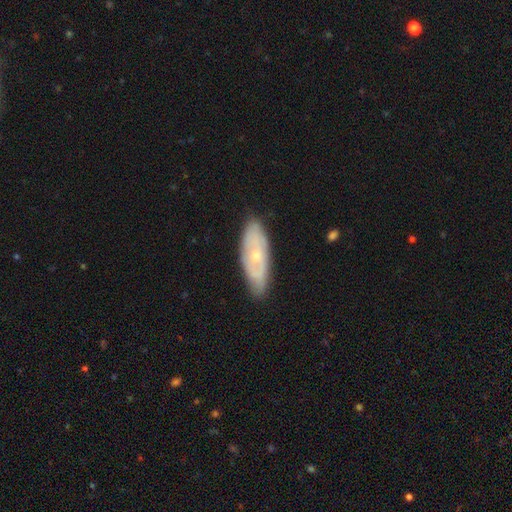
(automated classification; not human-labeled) This appears to be a featured or disk galaxy (57%). Merging: none (83%).